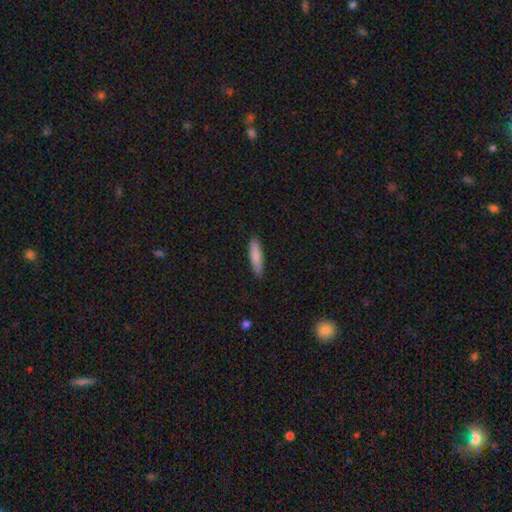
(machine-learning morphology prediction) Smooth or featured? Predicted: smooth (p=0.84). How rounded? Predicted: cigar-shaped (p=0.81). Merging? Predicted: none (p=0.88).